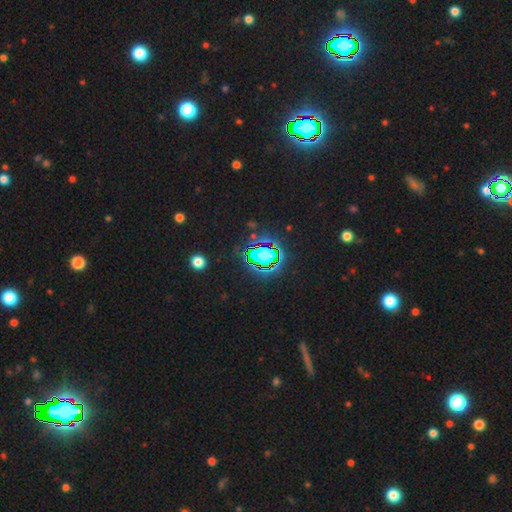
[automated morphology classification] Q: Smooth or featured?
A: star or artifact (82%); runner-up: smooth (11%)